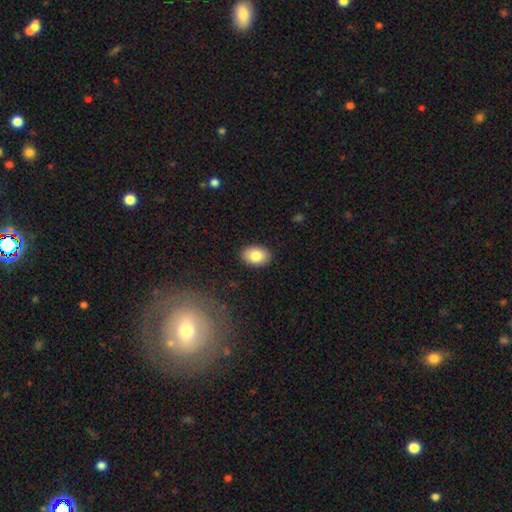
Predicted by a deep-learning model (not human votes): smooth-or-featured: smooth: 83% | featured or disk: 10% | star or artifact: 8%
  how-rounded: in between: 83% | round: 16% | cigar-shaped: 1%
  merging: none: 89% | minor disturbance: 8% | major disturbance: 2% | merger: 1%